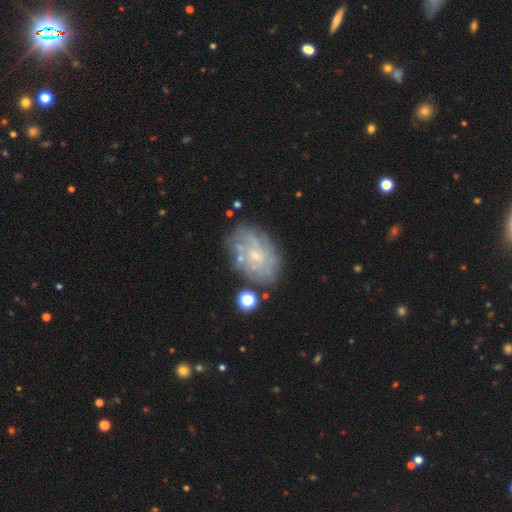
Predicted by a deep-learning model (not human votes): smooth-or-featured: featured or disk: 66% | smooth: 24% | star or artifact: 10%
  disk-edge-on: no: 97% | yes: 3%
    bar: no: 72% | weak: 24% | strong: 4%
    has-spiral-arms: yes: 66% | no: 34%
    bulge-size: small: 73% | moderate: 16% | none: 9% | large: 1% | dominant: 1%
  merging: none: 65% | minor disturbance: 20% | major disturbance: 9% | merger: 6%